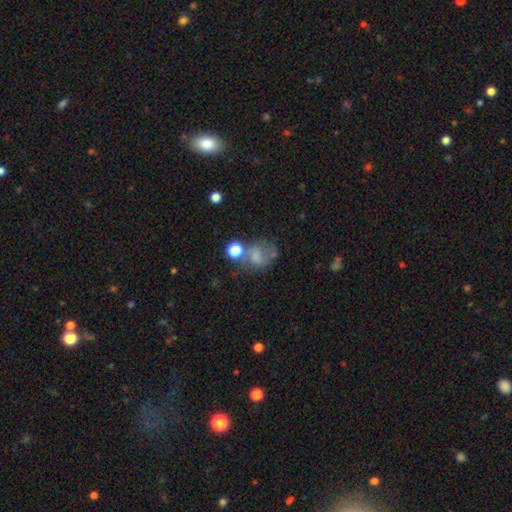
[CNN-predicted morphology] smooth-or-featured: smooth: 54% | featured or disk: 30% | star or artifact: 17%
  how-rounded: round: 60% | in between: 39% | cigar-shaped: 1%
  merging: none: 38% | merger: 21% | major disturbance: 20% | minor disturbance: 20%